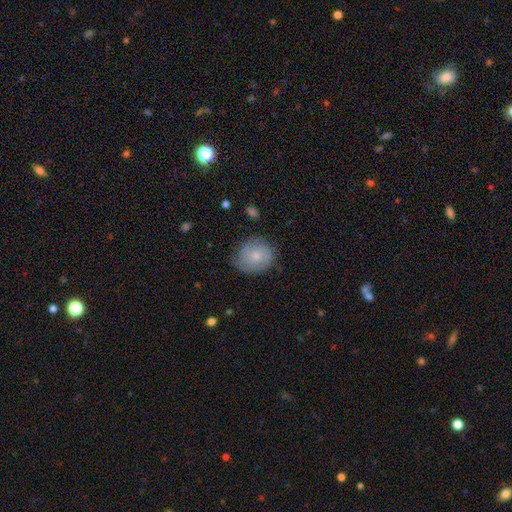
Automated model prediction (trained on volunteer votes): A smooth galaxy with no disk features (70%) that is round (79%). Merging: none (71%).